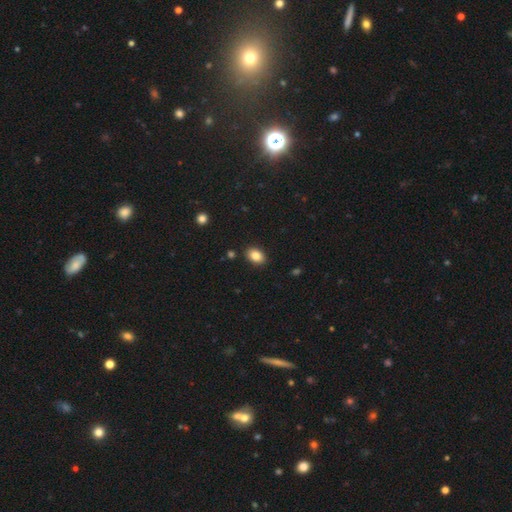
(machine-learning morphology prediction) Overall: smooth (85%). How rounded: in between (82%). Merging: none (89%).